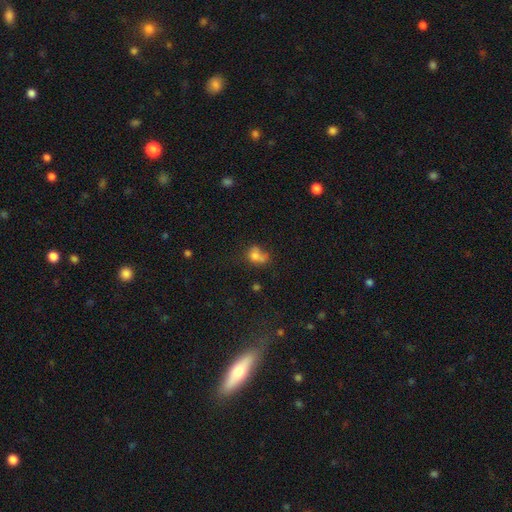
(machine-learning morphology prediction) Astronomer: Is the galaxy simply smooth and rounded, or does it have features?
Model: smooth — 70%.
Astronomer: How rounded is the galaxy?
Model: in between — 56% (runner-up: round, 42%).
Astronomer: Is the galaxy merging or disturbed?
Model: none — 32% (runner-up: merger, 24%).